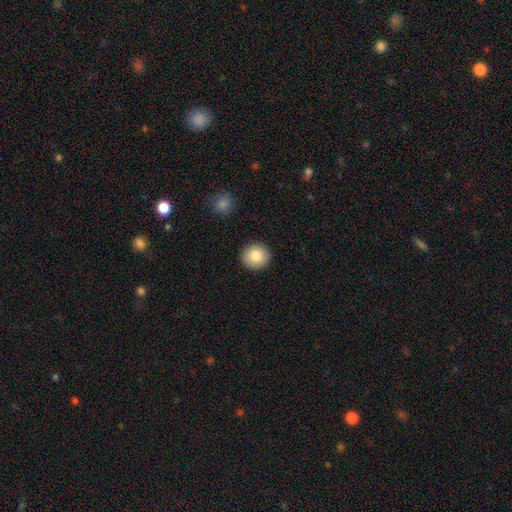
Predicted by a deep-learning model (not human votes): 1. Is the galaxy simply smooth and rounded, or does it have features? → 83% smooth, 9% featured or disk, 8% star or artifact.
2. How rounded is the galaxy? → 89% round, 10% in between, 1% cigar-shaped.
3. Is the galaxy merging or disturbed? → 92% none, 5% minor disturbance, 2% major disturbance, 1% merger.